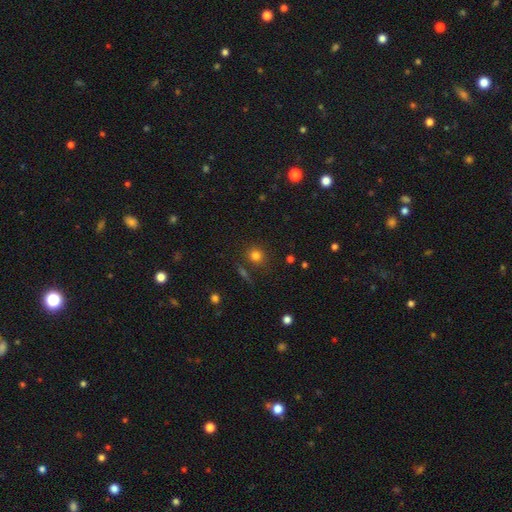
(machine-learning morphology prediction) smooth_or_featured: smooth (p=0.78) [alt: star or artifact p=0.15]
how_rounded: round (p=0.85) [alt: in between p=0.14]
merging: none (p=0.80) [alt: minor disturbance p=0.10]